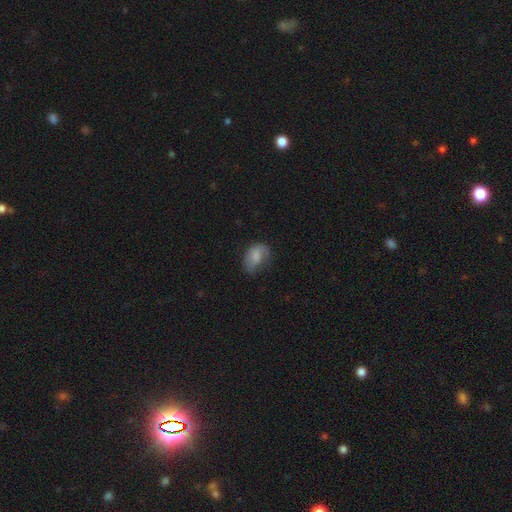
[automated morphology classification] This appears to be a smooth galaxy with no disk features (71%) that is in between round and cigar-shaped (83%). Merging: none (39%).